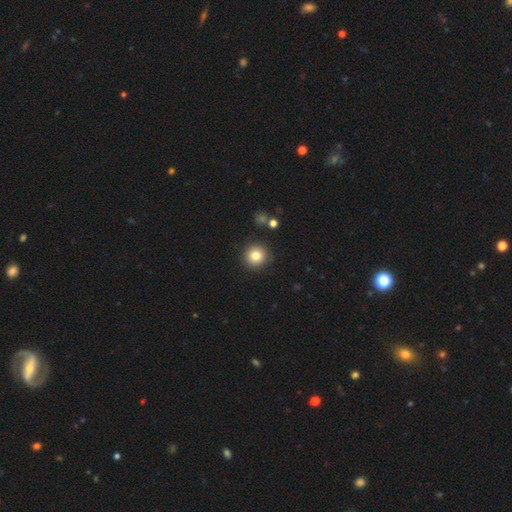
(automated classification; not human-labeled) The model was most divided on "smooth or featured": smooth: 81%, star or artifact: 11%, featured or disk: 8%. More confident: how rounded — round (94%); merging — none (89%).